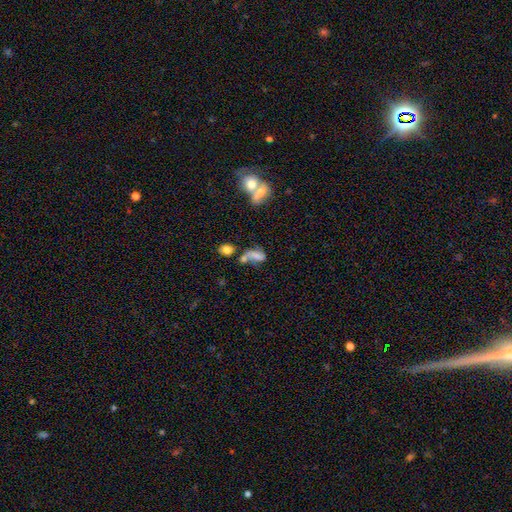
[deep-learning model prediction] Smooth or featured? Predicted: smooth (p=0.55). How rounded? Predicted: in between (p=0.79). Merging? Predicted: merger (p=0.33).